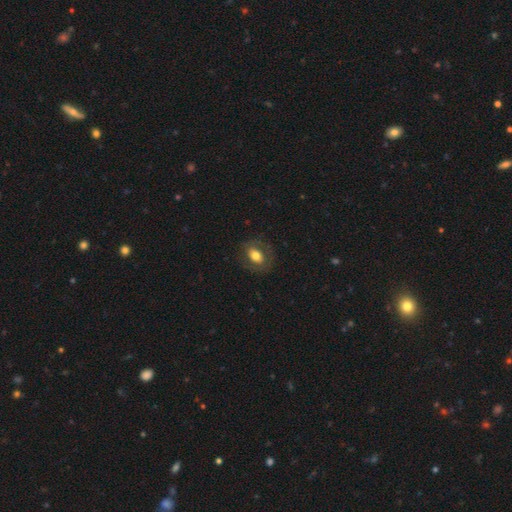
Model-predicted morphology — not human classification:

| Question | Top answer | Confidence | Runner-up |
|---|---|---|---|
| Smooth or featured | smooth | 66% | featured or disk (26%) |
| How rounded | in between | 66% | round (33%) |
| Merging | none | 78% | minor disturbance (13%) |